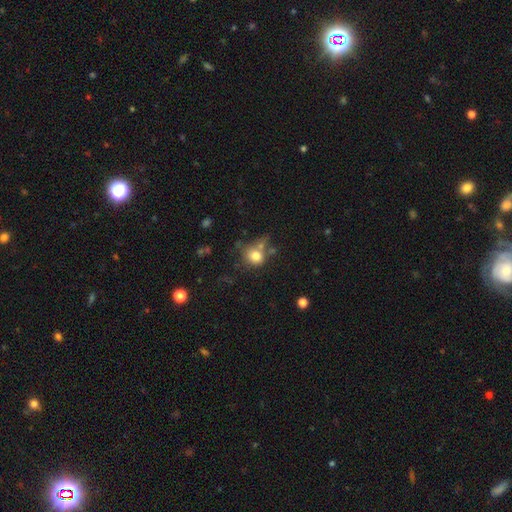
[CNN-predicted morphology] Smooth or featured? Predicted: smooth (p=0.77). How rounded? Predicted: round (p=0.77). Merging? Predicted: none (p=0.51).